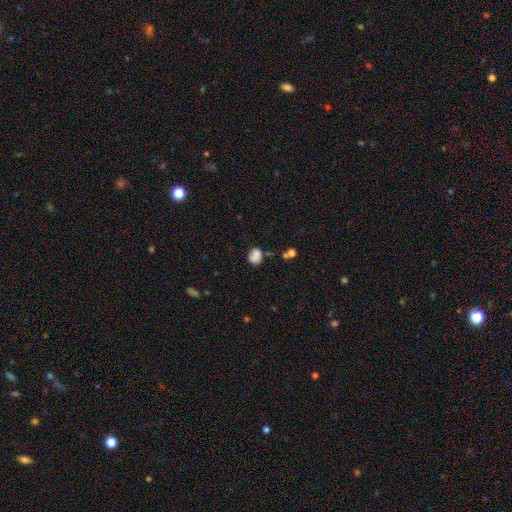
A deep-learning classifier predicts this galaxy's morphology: A smooth galaxy with no disk features (77%) that is round (57%).

Vote fractions:
- Smooth or featured? smooth: 77% / featured or disk: 12% / star or artifact: 11%
- How rounded? round: 57% / in between: 42% / cigar-shaped: 1%
- Merging? none: 55% / minor disturbance: 26% / major disturbance: 10% / merger: 8%